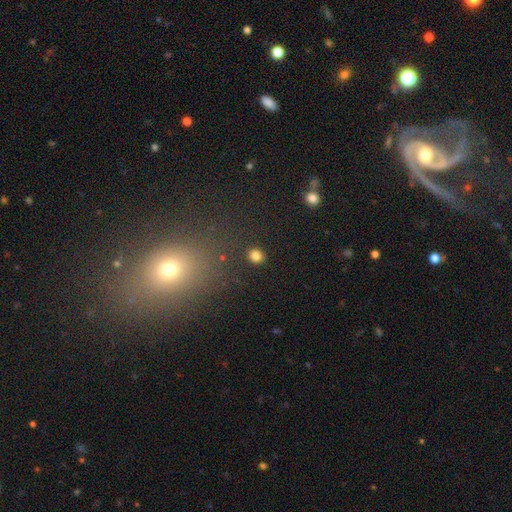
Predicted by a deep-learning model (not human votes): This appears to be a smooth galaxy with no disk features (82%) that is round (81%). Merging: none (89%).